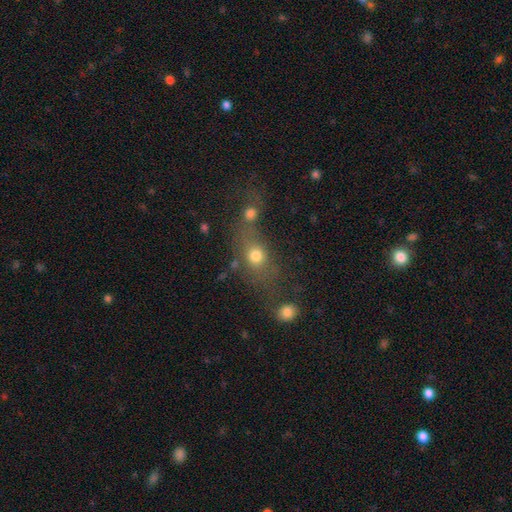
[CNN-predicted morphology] The model was most divided on "merging": none: 45%, merger: 34%, minor disturbance: 11%, major disturbance: 10%. More confident: smooth or featured — smooth (71%); how rounded — round (56%).